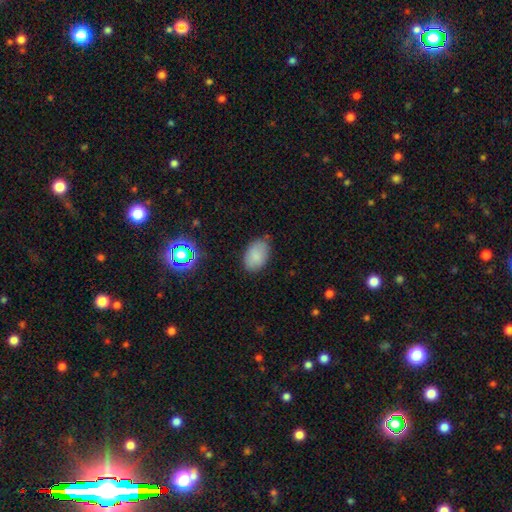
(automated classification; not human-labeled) Smooth or featured? Predicted: smooth (p=0.84). How rounded? Predicted: in between (p=0.90). Merging? Predicted: none (p=0.75).